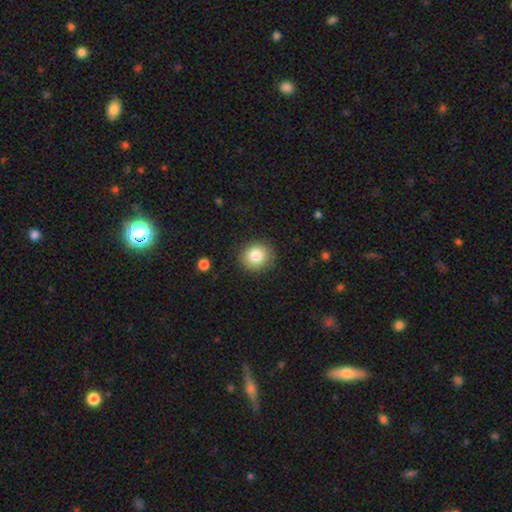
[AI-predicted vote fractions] Smooth or featured? smooth (83%)
How rounded? round (84%)
Merging? none (87%)